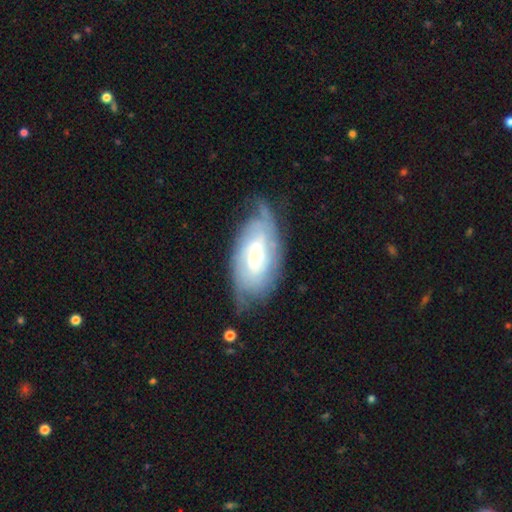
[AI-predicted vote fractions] Q: Smooth or featured?
A: featured or disk (73%); runner-up: smooth (21%)
Q: Edge-on disk?
A: no (93%); runner-up: yes (7%)
Q: Bar?
A: no (54%); runner-up: weak (38%)
Q: Spiral arms?
A: yes (89%); runner-up: no (11%)
Q: Spiral winding?
A: tight (60%); runner-up: medium (30%)
Q: Spiral arm count?
A: can't tell (47%); runner-up: 2 (28%)
Q: Bulge size?
A: small (48%); runner-up: moderate (42%)
Q: Merging?
A: none (58%); runner-up: minor disturbance (28%)